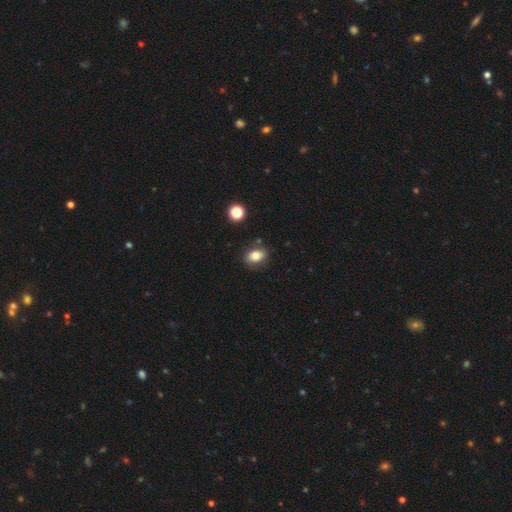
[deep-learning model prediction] smooth_or_featured: smooth (p=0.79) [alt: star or artifact p=0.10]
how_rounded: in between (p=0.68) [alt: round p=0.30]
merging: none (p=0.81) [alt: minor disturbance p=0.12]